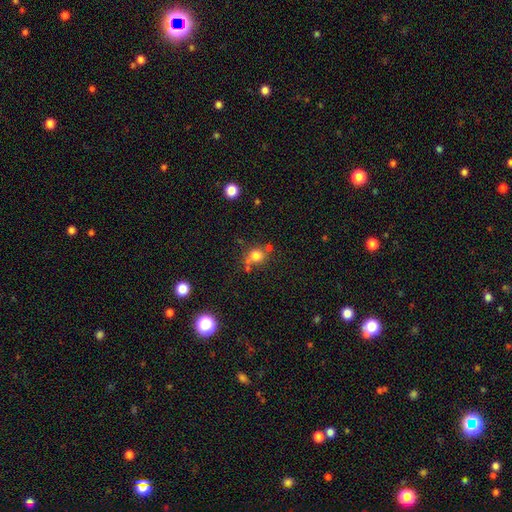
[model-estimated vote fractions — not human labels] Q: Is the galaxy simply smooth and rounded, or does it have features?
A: smooth — 76%.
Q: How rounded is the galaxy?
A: round — 82%.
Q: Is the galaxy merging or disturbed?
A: none — 58%.